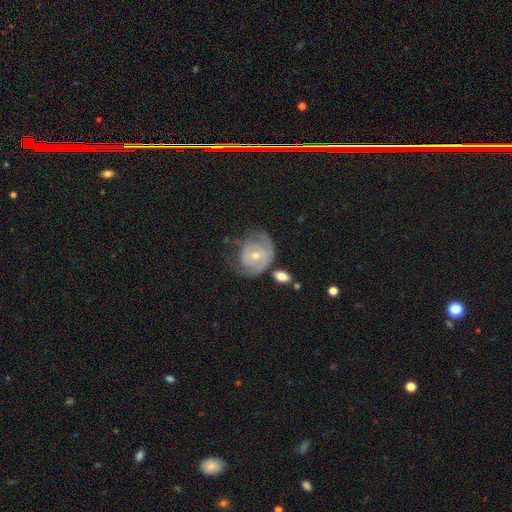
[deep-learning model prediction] The model was most divided on "spiral arm count": can't tell: 39%, 2: 34%, 1: 17%, 3: 6%, 4: 2%, more than 4: 2%. Remaining: edge-on disk — no (97%); spiral arms — yes (78%); smooth or featured — featured or disk (70%); bar — no (66%); spiral winding — tight (62%); bulge size — small (53%); merging — none (43%).